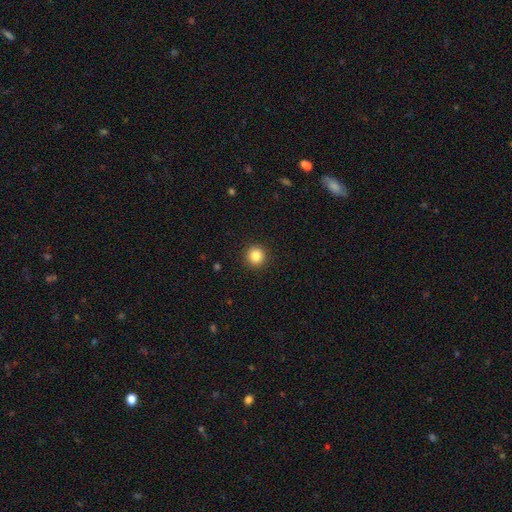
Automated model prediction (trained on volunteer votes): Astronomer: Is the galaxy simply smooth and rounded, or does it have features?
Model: smooth — 85%.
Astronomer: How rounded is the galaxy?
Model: round — 94%.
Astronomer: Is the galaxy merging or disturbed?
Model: none — 92%.